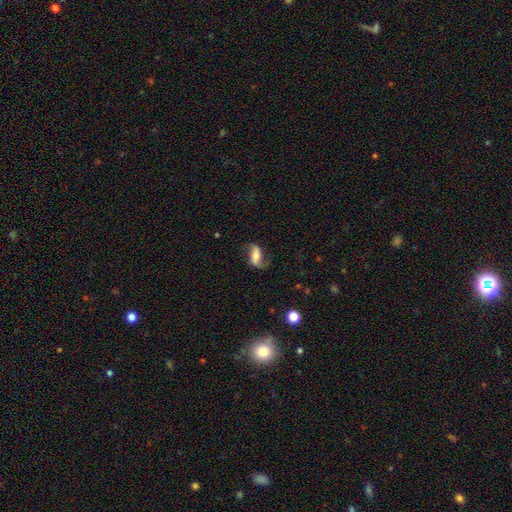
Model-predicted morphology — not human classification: The model was most divided on "bulge size": moderate: 37%, small: 33%, large: 14%, none: 12%, dominant: 4%. Remaining: edge-on disk — no (93%); spiral arms — yes (90%); spiral arm count — 2 (90%); spiral winding — loose (72%); merging — none (68%); smooth or featured — featured or disk (64%); bar — strong (38%).